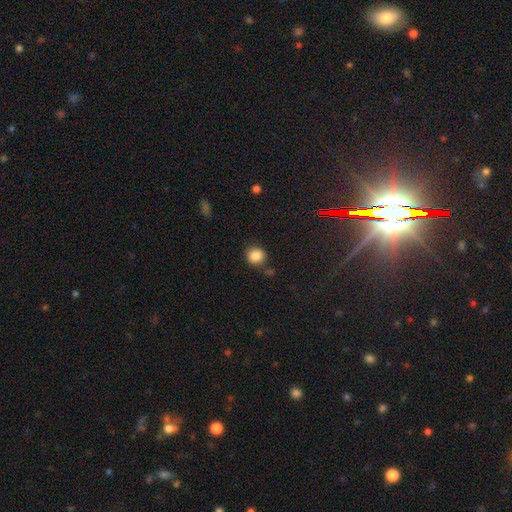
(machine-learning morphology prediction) A smooth galaxy with no disk features (85%) that is round (88%). Merging: none (80%).